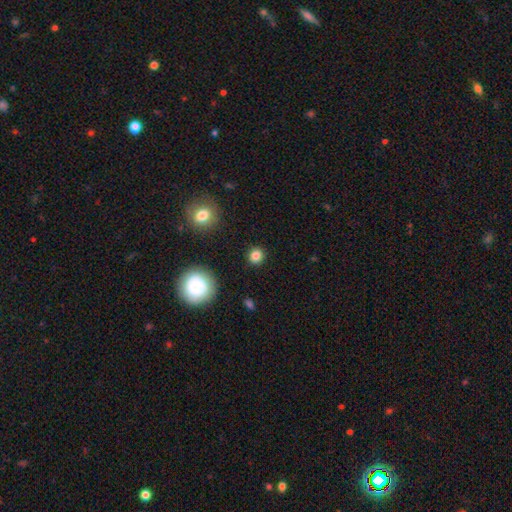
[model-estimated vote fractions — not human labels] Overall: smooth (83%). How rounded: round (89%). Merging: none (90%).